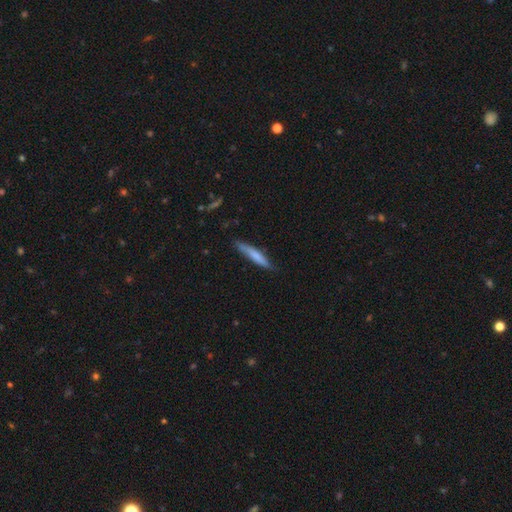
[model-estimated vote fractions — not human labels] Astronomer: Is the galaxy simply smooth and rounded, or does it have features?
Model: smooth — 71%.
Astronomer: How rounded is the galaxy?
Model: cigar-shaped — 92%.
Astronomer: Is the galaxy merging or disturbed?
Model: none — 75%.